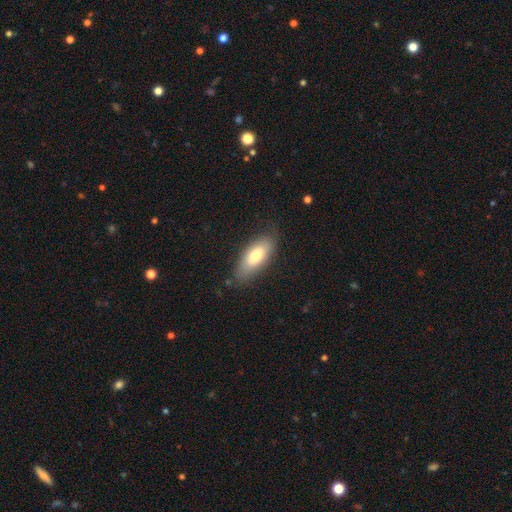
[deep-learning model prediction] A smooth galaxy with no disk features (72%) that is in between round and cigar-shaped (81%).

Vote fractions:
- Smooth or featured? smooth: 72% / featured or disk: 22% / star or artifact: 6%
- How rounded? in between: 81% / cigar-shaped: 17% / round: 2%
- Merging? none: 77% / minor disturbance: 18% / major disturbance: 4% / merger: 1%